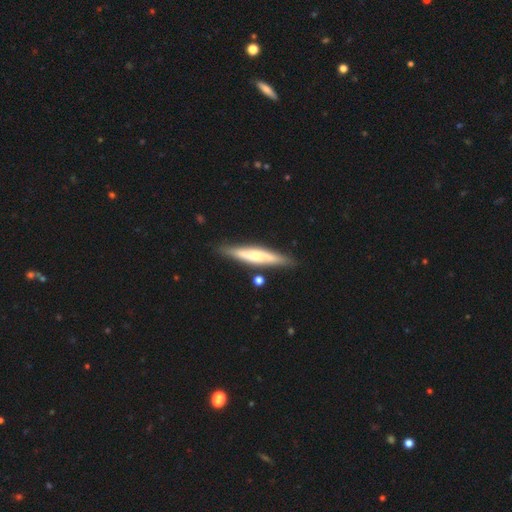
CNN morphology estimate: Overall: featured or disk (50%; smooth 45%). Merging: none (82%).